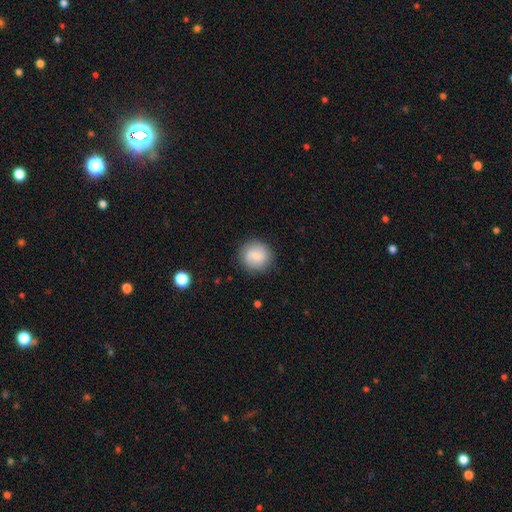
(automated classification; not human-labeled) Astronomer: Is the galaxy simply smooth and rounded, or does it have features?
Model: smooth — 77%.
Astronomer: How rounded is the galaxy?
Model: round — 92%.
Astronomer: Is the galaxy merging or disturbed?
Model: none — 87%.